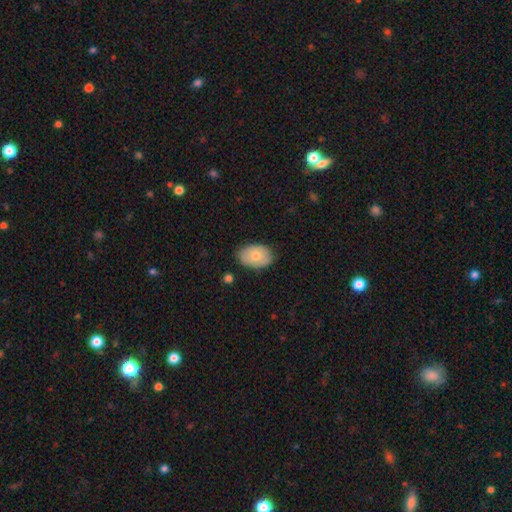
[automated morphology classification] This is likely a smooth galaxy (73%). How rounded: clearly in between (87%). Merging: clearly none (81%).